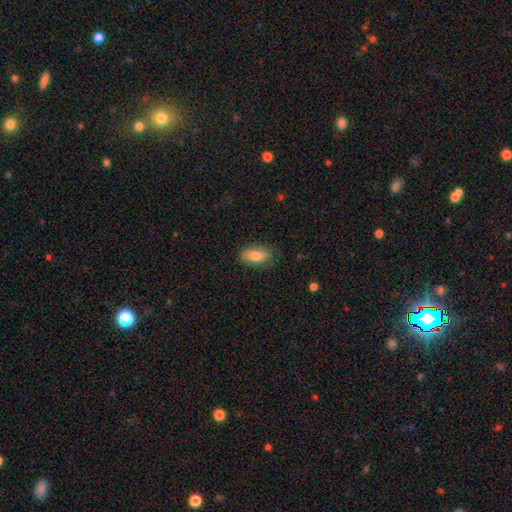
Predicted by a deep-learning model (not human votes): Smooth or featured? Predicted: smooth (p=0.80). How rounded? Predicted: in between (p=0.89). Merging? Predicted: none (p=0.80).